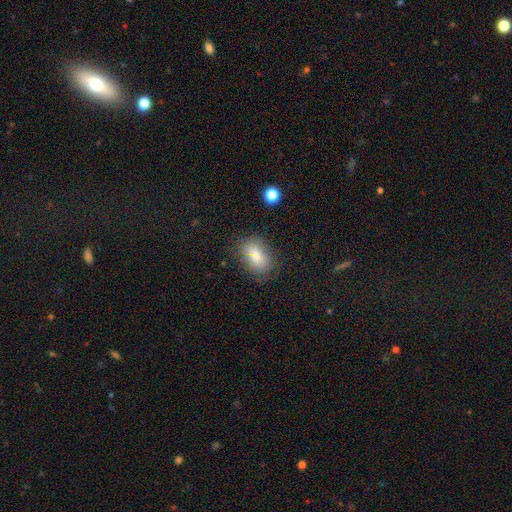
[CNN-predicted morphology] A smooth galaxy with no disk features (78%) that is in between round and cigar-shaped (83%). Merging: none (73%).